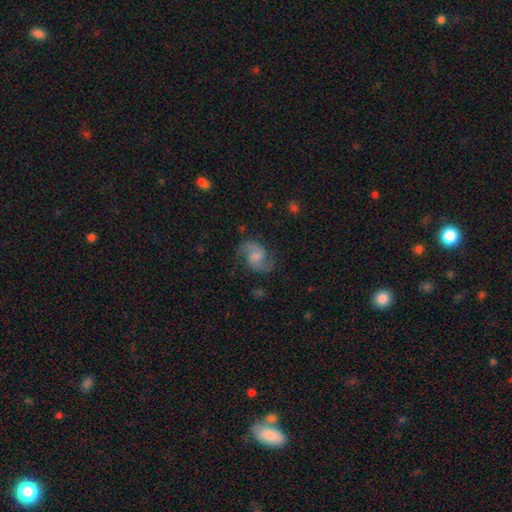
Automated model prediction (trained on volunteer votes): Smooth or featured?
  - featured or disk: 83% *
  - smooth: 11%
  - star or artifact: 7%
Edge-on disk?
  - no: 98% *
  - yes: 2%
Bar?
  - weak: 49% *
  - no: 40%
  - strong: 11%
Spiral arms?
  - yes: 97% *
  - no: 3%
Spiral winding?
  - medium: 53% *
  - loose: 36%
  - tight: 11%
Spiral arm count?
  - 2: 93% *
  - can't tell: 2%
  - 1: 2%
  - 3: 1%
  - 4: 1%
  - more than 4: 1%
Bulge size?
  - moderate: 32% *
  - none: 30%
  - small: 25%
  - large: 12%
  - dominant: 2%
Merging?
  - none: 78% *
  - minor disturbance: 14%
  - major disturbance: 6%
  - merger: 1%